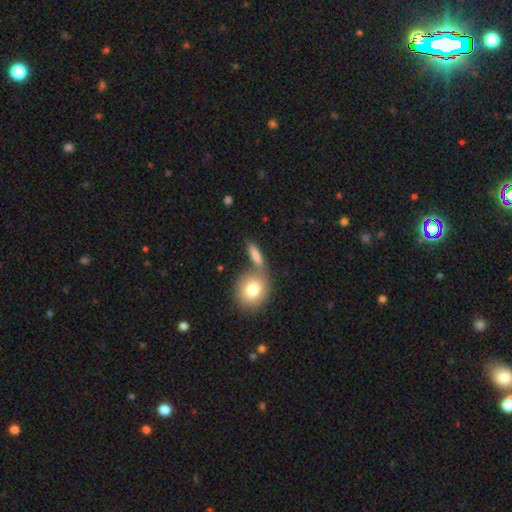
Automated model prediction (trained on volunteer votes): The model was most divided on "how rounded": in between: 48%, cigar-shaped: 36%, round: 16%. More confident: smooth or featured — smooth (80%); merging — none (54%).